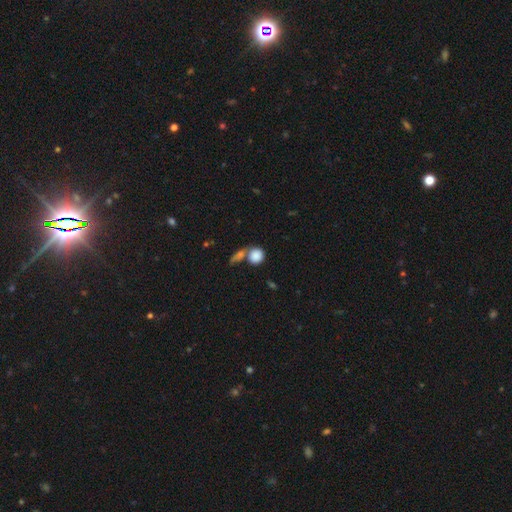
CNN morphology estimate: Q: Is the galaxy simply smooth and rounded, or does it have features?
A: smooth — 86%.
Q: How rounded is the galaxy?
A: round — 78%.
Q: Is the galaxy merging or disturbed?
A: none — 45%.